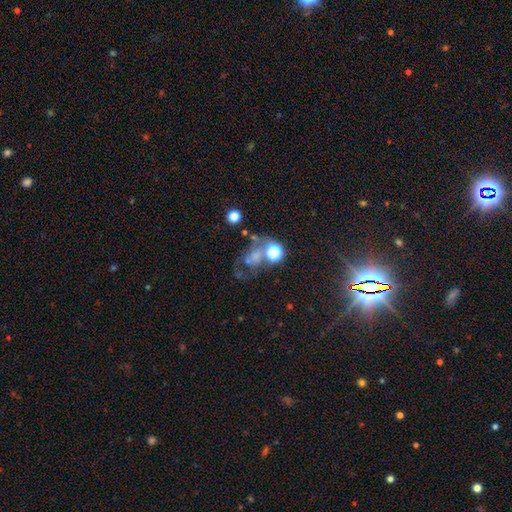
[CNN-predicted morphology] A smooth galaxy with no disk features (37%).

Vote fractions:
- Smooth or featured? smooth: 37% / featured or disk: 33% / star or artifact: 30%
- Merging? none: 34% / major disturbance: 28% / merger: 23% / minor disturbance: 16%